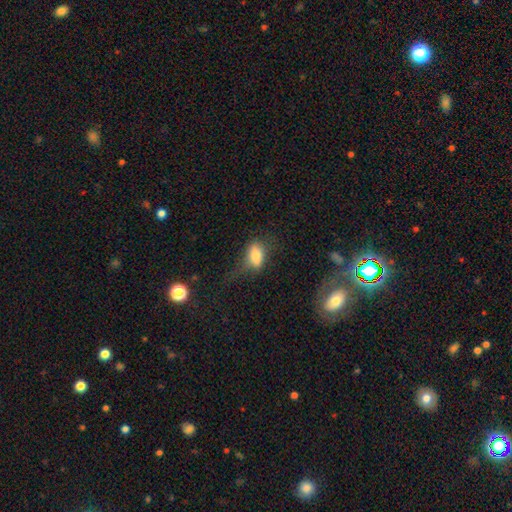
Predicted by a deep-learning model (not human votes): Smooth or featured?
  - smooth: 73% *
  - featured or disk: 17%
  - star or artifact: 10%
How rounded?
  - in between: 86% *
  - round: 9%
  - cigar-shaped: 6%
Merging?
  - none: 39% *
  - major disturbance: 30%
  - minor disturbance: 28%
  - merger: 4%